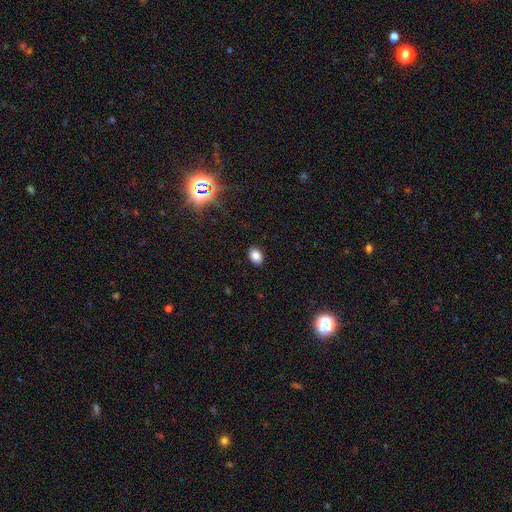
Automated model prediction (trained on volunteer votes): This is clearly a smooth galaxy (84%). How rounded: likely in between (74%). Merging: clearly none (90%).